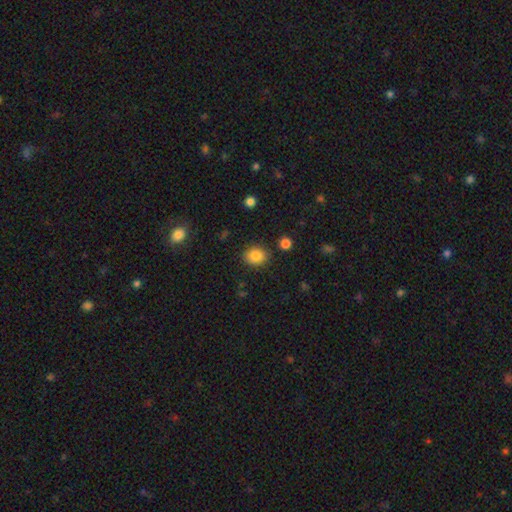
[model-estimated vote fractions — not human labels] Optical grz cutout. It shows a smooth galaxy with no disk features (84%) that is round (62%). Merging: none (86%).